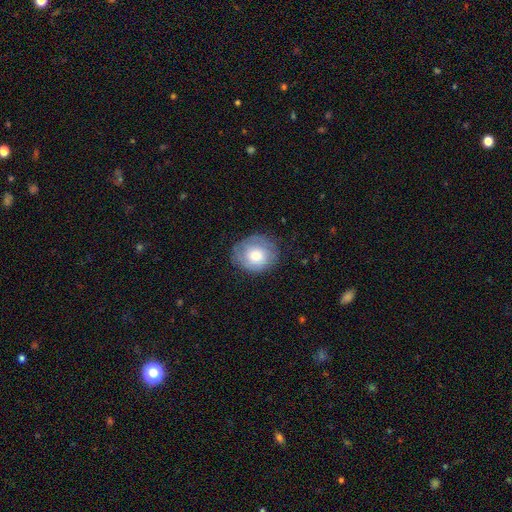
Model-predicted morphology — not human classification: Smooth or featured: smooth — 65% (featured or disk — 27%)
How rounded: round — 73% (in between — 27%)
Merging: none — 76% (minor disturbance — 18%)